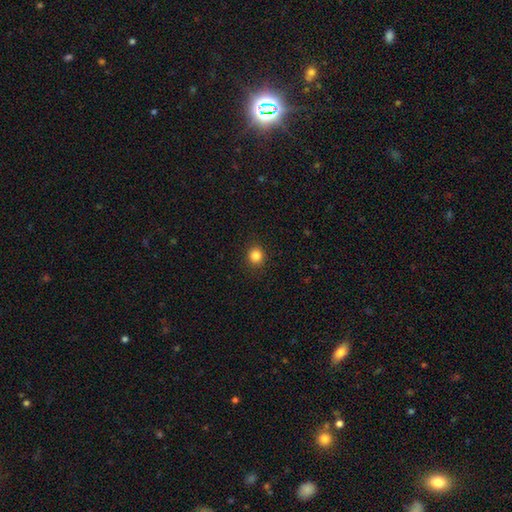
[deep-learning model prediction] Smooth or featured? Predicted: smooth (p=0.84). How rounded? Predicted: round (p=0.88). Merging? Predicted: none (p=0.91).